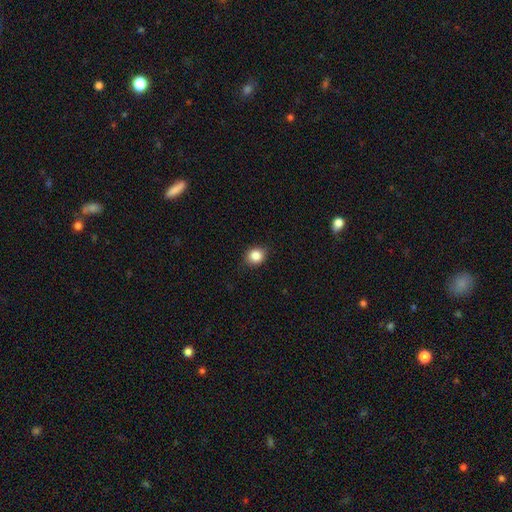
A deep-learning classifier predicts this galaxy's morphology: type=smooth (85%); roundness=round (70%); merging=none (86%).